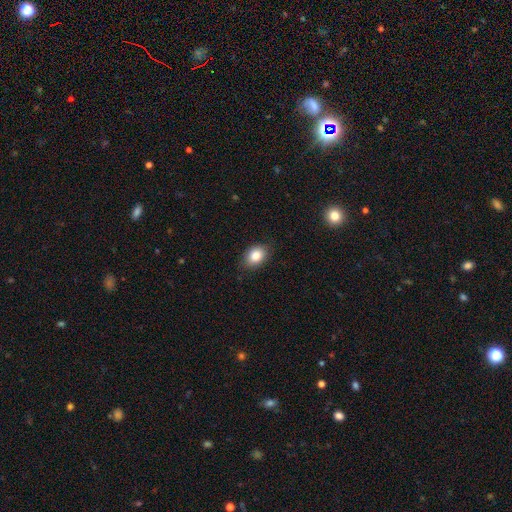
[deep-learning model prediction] Overall: smooth (84%). How rounded: in between (71%). Merging: none (82%).